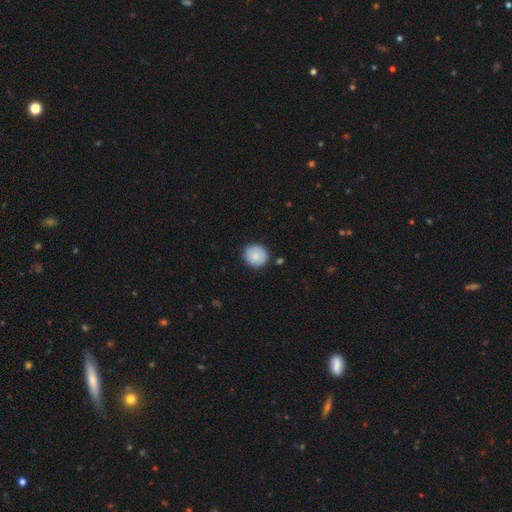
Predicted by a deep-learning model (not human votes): smooth 85%, featured or disk 9%, star or artifact 7%. Down the decision tree: how rounded — round (87%); merging — none (86%).